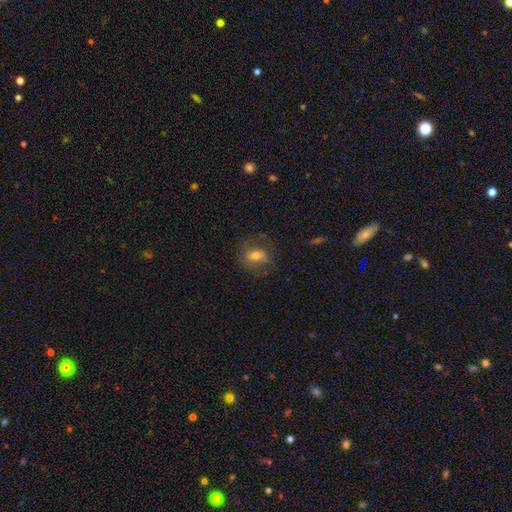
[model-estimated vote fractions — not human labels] This is possibly a smooth galaxy (51%). How rounded: possibly in between (54%). Merging: likely none (69%).